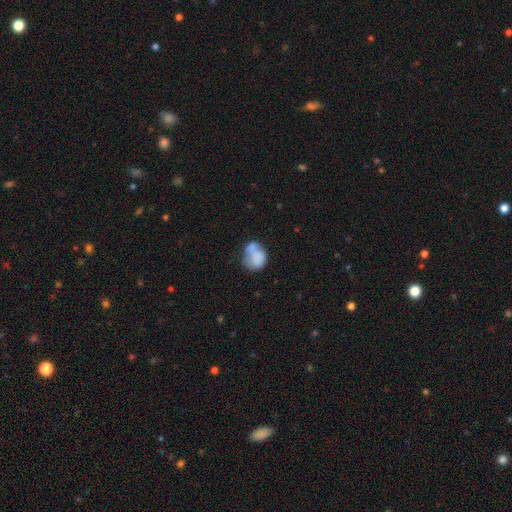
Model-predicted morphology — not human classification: The model was most divided on "merging" (2-way tie): merger: 33%, none: 33%, minor disturbance: 22%, major disturbance: 13%. More confident: smooth or featured — smooth (70%); how rounded — round (51%).